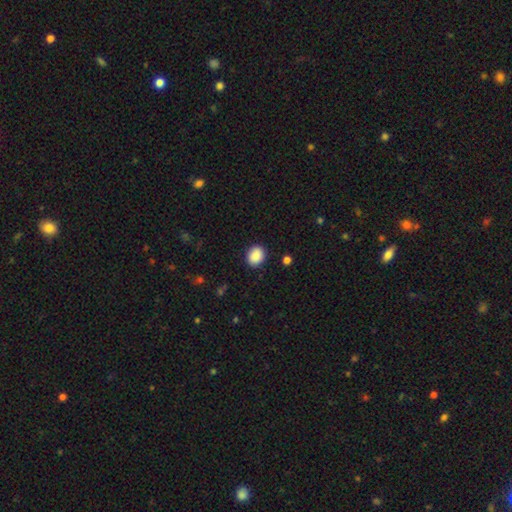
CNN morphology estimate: Smooth or featured? Predicted: smooth (p=0.89). How rounded? Predicted: round (p=0.54). Merging? Predicted: none (p=0.88).